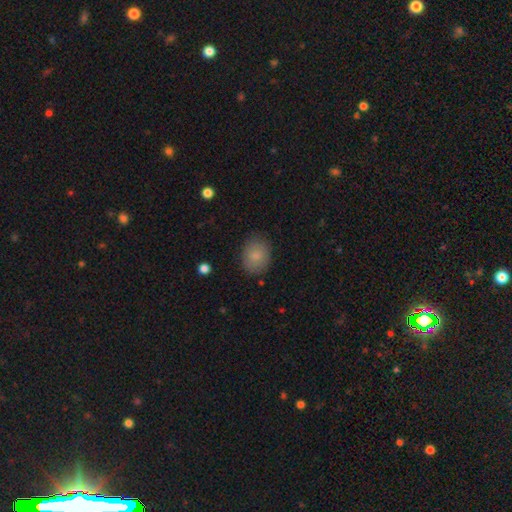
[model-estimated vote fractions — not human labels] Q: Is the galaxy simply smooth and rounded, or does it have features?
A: smooth — 84%.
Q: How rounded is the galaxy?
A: in between — 51%.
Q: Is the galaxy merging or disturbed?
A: none — 83%.